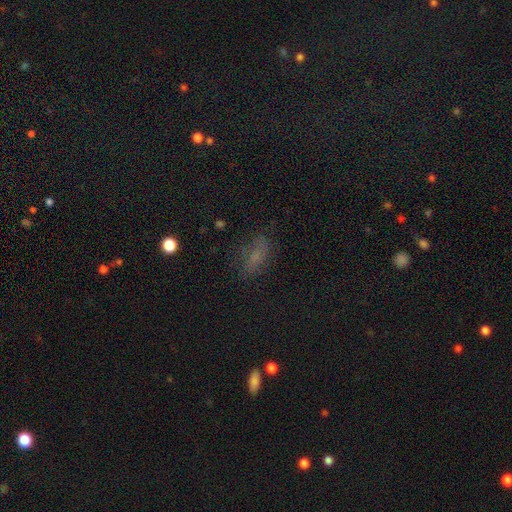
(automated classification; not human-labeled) smooth 55%, star or artifact 24%, featured or disk 22%. Down the decision tree: how rounded — in between (80%); merging — none (68%).